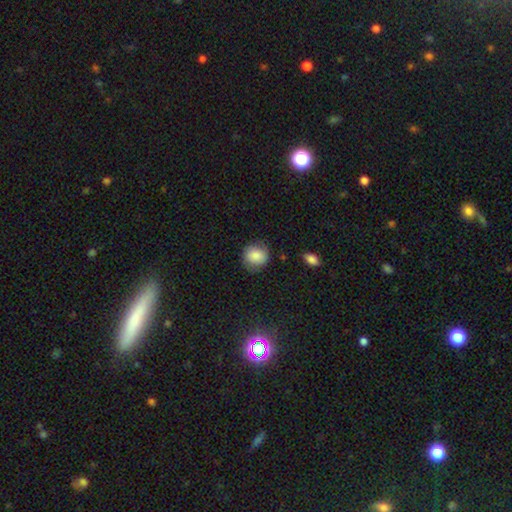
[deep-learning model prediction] Smooth or featured: smooth — 83% (featured or disk — 9%)
How rounded: round — 82% (in between — 17%)
Merging: none — 77% (minor disturbance — 17%)